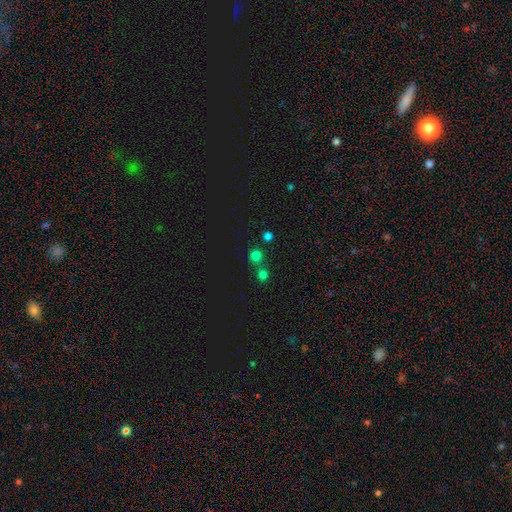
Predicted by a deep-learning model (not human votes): Q: Smooth or featured?
A: smooth (69%); runner-up: star or artifact (25%)
Q: How rounded?
A: round (92%); runner-up: in between (7%)
Q: Merging?
A: none (65%); runner-up: merger (26%)